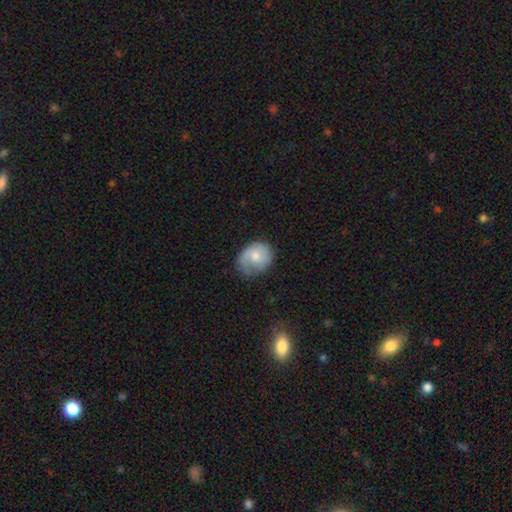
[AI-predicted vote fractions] Smooth or featured? smooth (65%)
How rounded? round (53%)
Merging? none (49%)